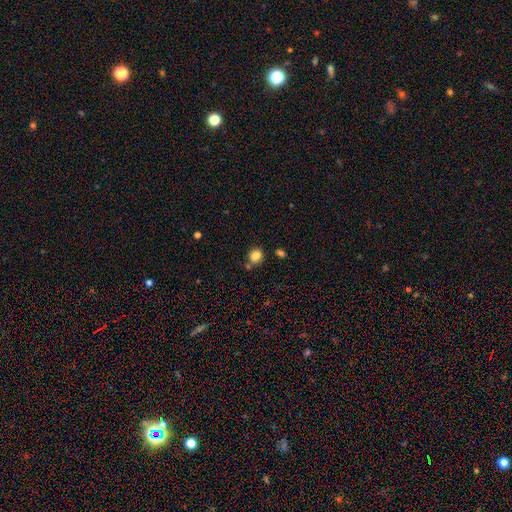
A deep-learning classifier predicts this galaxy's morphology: This is clearly a smooth galaxy (84%). How rounded: likely round (74%). Merging: likely none (74%).